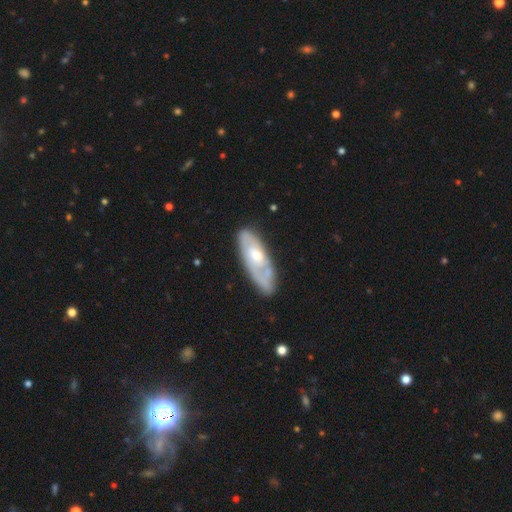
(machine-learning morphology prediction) Smooth or featured: featured or disk — 59% (smooth — 35%)
Edge-on disk: no — 79% (yes — 21%)
Merging: none — 69% (minor disturbance — 22%)